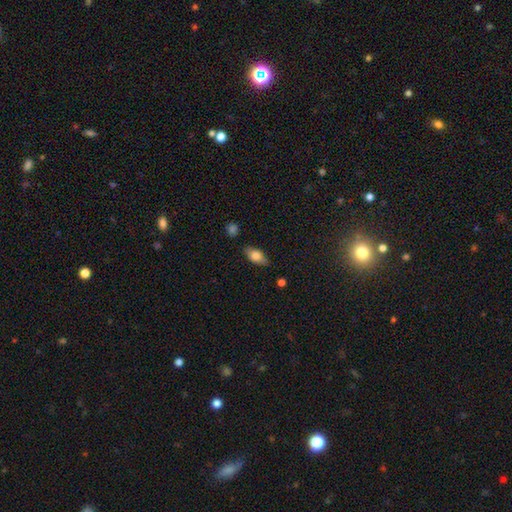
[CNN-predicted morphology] A smooth galaxy with no disk features (71%) that is in between round and cigar-shaped (84%). Merging: none (80%).